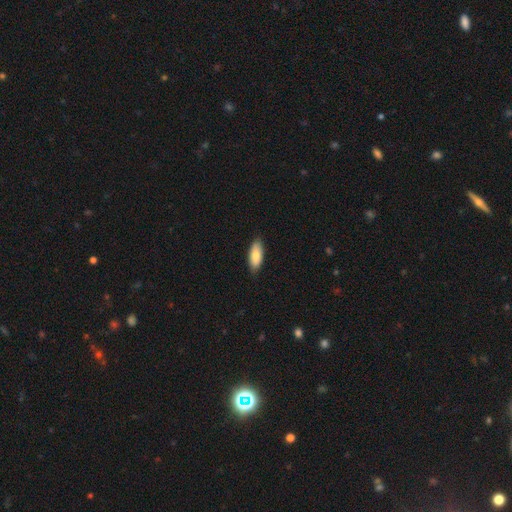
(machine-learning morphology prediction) Overall: smooth (84%). How rounded: in between (83%). Merging: none (85%).